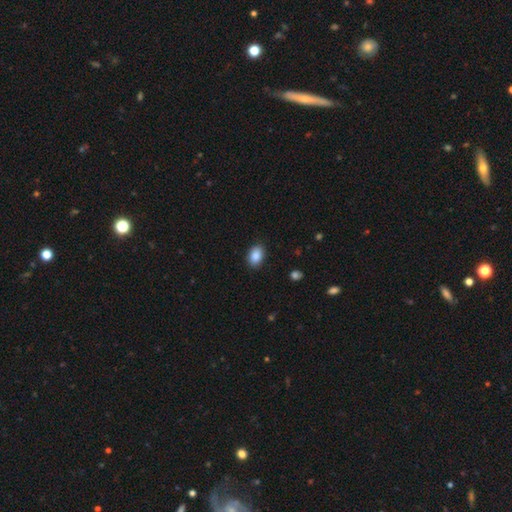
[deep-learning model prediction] Smooth or featured? smooth (88%)
How rounded? in between (84%)
Merging? none (88%)